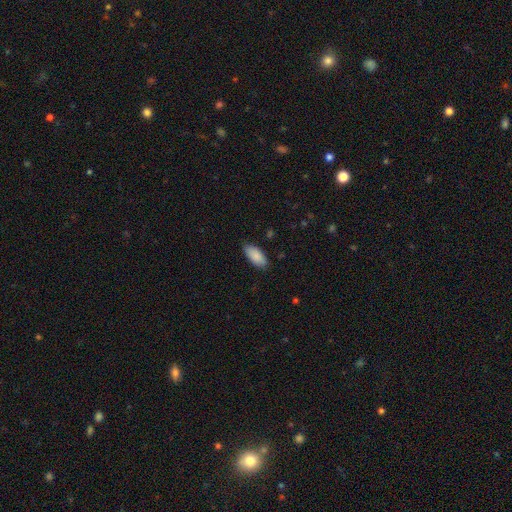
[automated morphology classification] A smooth galaxy with no disk features (88%) that is in between round and cigar-shaped (89%). Merging: none (84%).